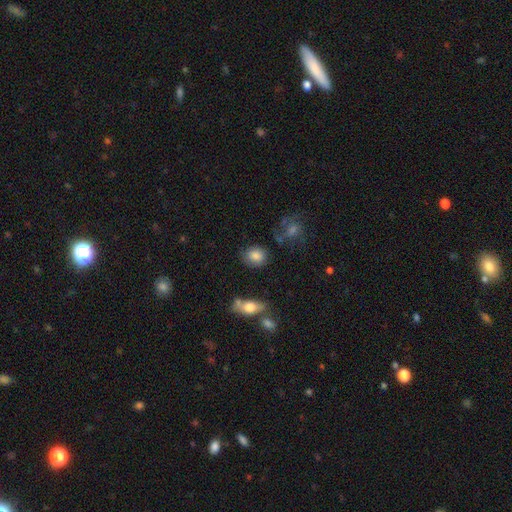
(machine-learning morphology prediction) smooth-or-featured: smooth: 81% | featured or disk: 10% | star or artifact: 9%
  how-rounded: round: 64% | in between: 34% | cigar-shaped: 2%
  merging: none: 72% | minor disturbance: 17% | major disturbance: 6% | merger: 5%